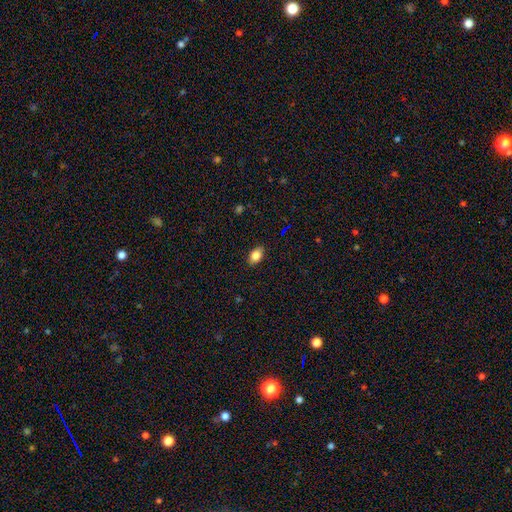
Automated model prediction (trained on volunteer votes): Smooth or featured? smooth (83%)
How rounded? in between (84%)
Merging? none (87%)